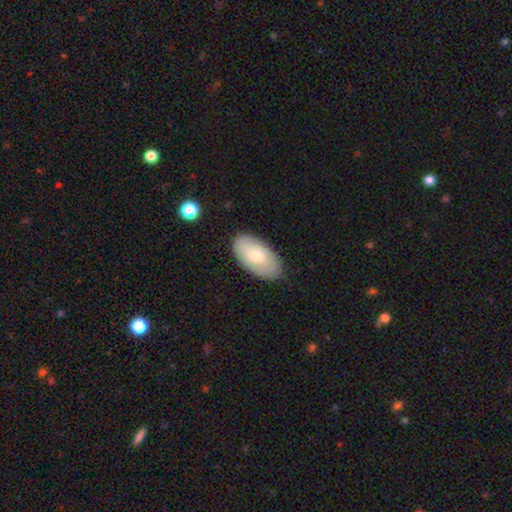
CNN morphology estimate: Q: Smooth or featured?
A: smooth (67%); runner-up: featured or disk (27%)
Q: How rounded?
A: in between (95%); runner-up: round (3%)
Q: Merging?
A: none (84%); runner-up: minor disturbance (12%)